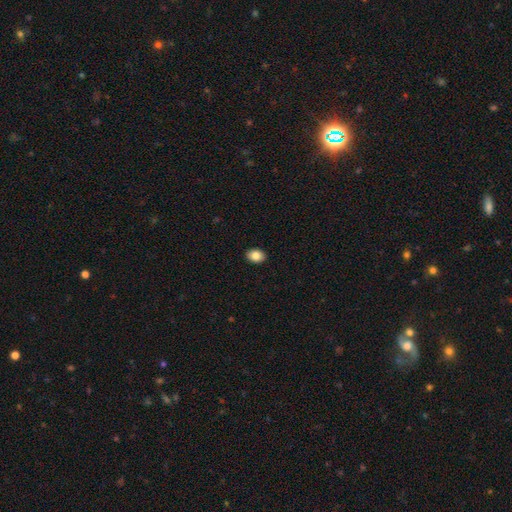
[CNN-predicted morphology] A smooth galaxy with no disk features (86%) that is in between round and cigar-shaped (73%).

Vote fractions:
- Smooth or featured? smooth: 86% / star or artifact: 8% / featured or disk: 6%
- How rounded? in between: 73% / round: 26% / cigar-shaped: 1%
- Merging? none: 91% / minor disturbance: 7% / major disturbance: 2% / merger: 1%